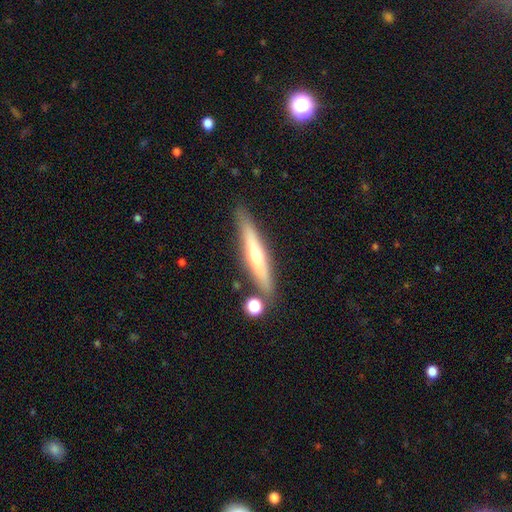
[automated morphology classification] A featured or disk galaxy (54%) viewed edge-on (91%). Merging: none (81%).